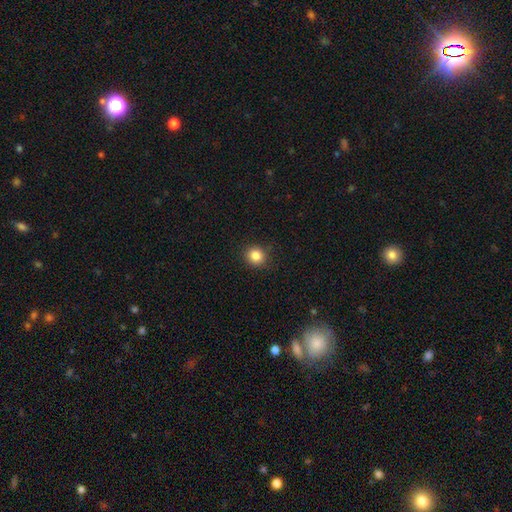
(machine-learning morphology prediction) smooth-or-featured: smooth: 85% | star or artifact: 11% | featured or disk: 4%
  how-rounded: round: 86% | in between: 13% | cigar-shaped: 1%
  merging: none: 89% | minor disturbance: 8% | major disturbance: 2% | merger: 1%